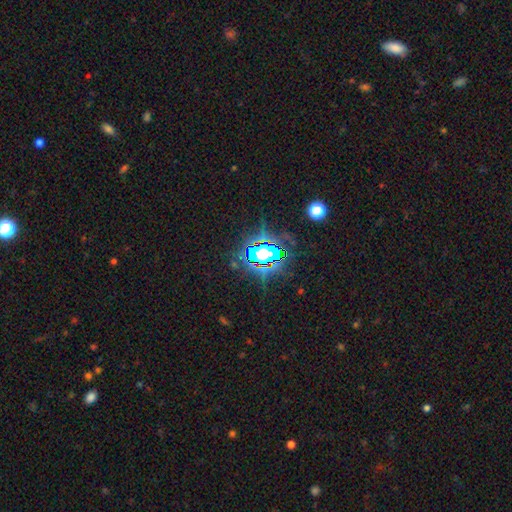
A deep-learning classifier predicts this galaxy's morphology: Smooth or featured? star or artifact (81%)